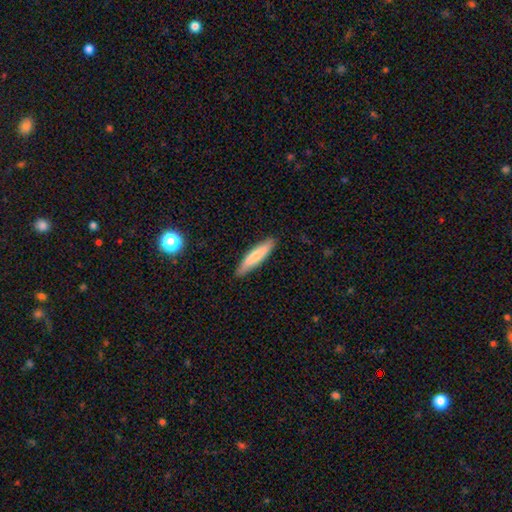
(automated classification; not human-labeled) A smooth galaxy with no disk features (76%) that is cigar-shaped (83%). Merging: none (87%).